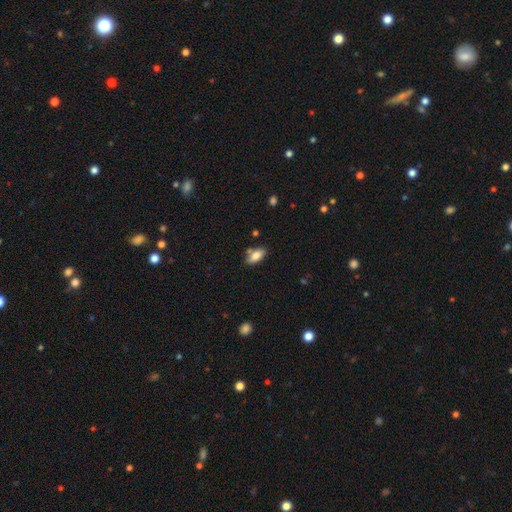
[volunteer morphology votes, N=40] A smooth galaxy with no disk features (82%) that is in between round and cigar-shaped (97%).

Vote fractions:
- Smooth or featured? smooth: 82% / featured or disk: 10% / star or artifact: 8%
- How rounded? in between: 97% / cigar-shaped: 3% / round: 0%
- Merging? none: 86% / minor disturbance: 5% / merger: 5% / major disturbance: 3%